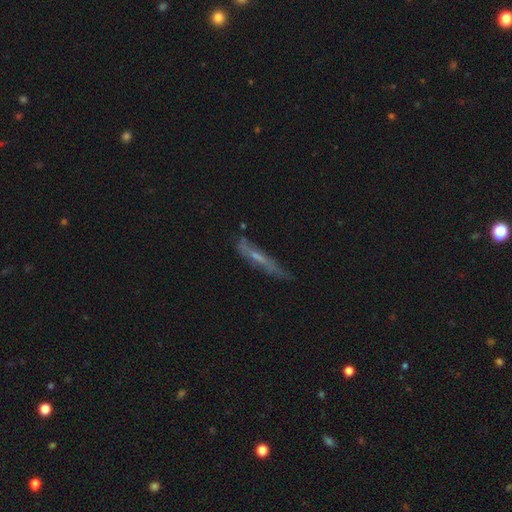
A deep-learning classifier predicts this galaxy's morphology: This is possibly a featured or disk galaxy (54%). It is likely viewed edge-on (74%). Merging: likely none (68%).